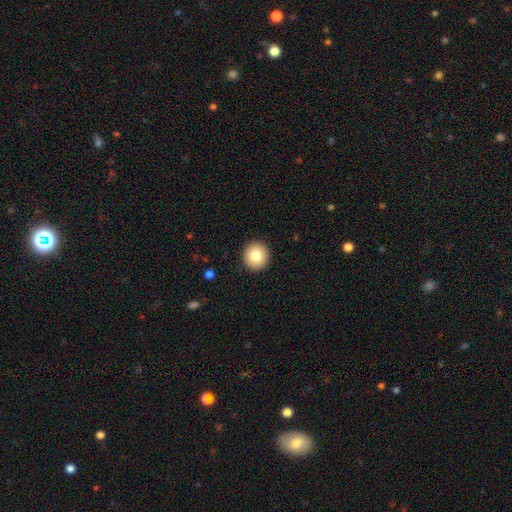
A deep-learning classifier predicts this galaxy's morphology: Smooth or featured: smooth — 82% (featured or disk — 9%)
How rounded: round — 94% (in between — 5%)
Merging: none — 93% (minor disturbance — 5%)